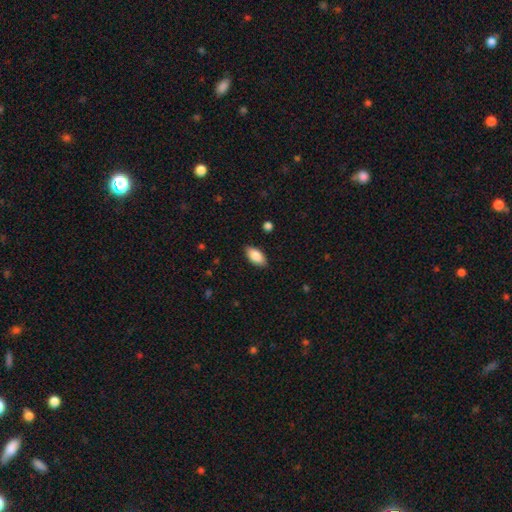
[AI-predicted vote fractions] A smooth galaxy with no disk features (86%) that is in between round and cigar-shaped (91%).

Vote fractions:
- Smooth or featured? smooth: 86% / featured or disk: 7% / star or artifact: 6%
- How rounded? in between: 91% / cigar-shaped: 6% / round: 2%
- Merging? none: 87% / minor disturbance: 10% / major disturbance: 2% / merger: 1%